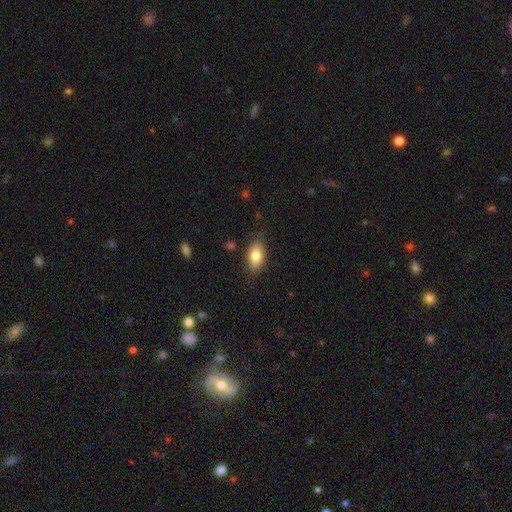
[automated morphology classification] Smooth or featured? Predicted: smooth (p=0.81). How rounded? Predicted: in between (p=0.90). Merging? Predicted: none (p=0.82).